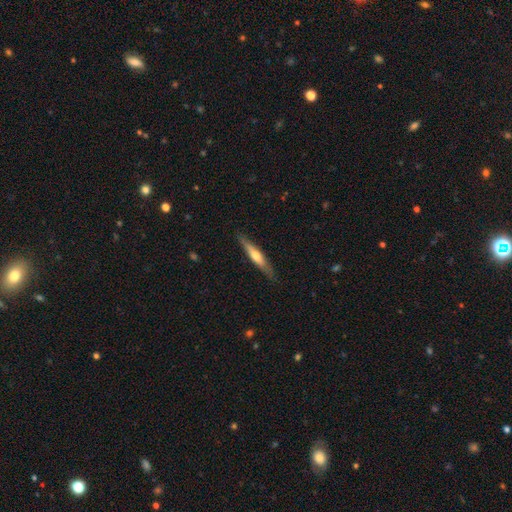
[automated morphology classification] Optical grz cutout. It shows a featured or disk galaxy (50%). Merging: none (86%).